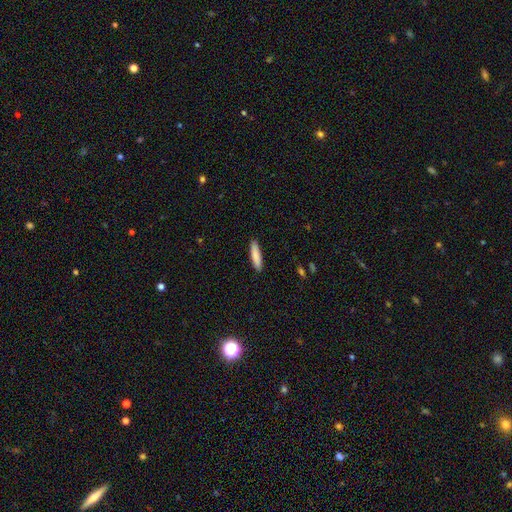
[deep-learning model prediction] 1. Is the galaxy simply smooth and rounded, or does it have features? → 85% smooth, 9% featured or disk, 6% star or artifact.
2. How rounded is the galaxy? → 83% cigar-shaped, 16% in between, 1% round.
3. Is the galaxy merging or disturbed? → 91% none, 7% minor disturbance, 2% major disturbance, 1% merger.